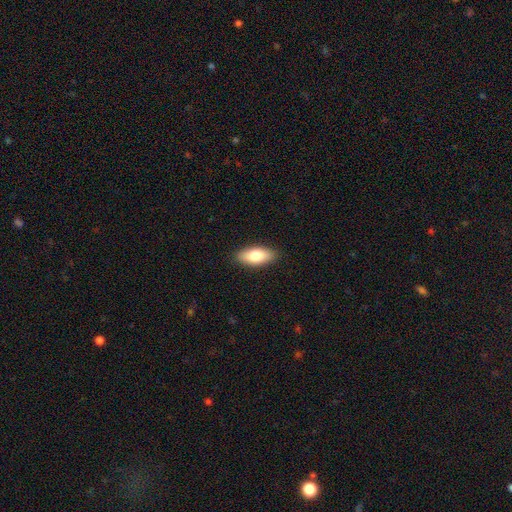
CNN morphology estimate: Smooth or featured?
  - smooth: 80% *
  - featured or disk: 14%
  - star or artifact: 6%
How rounded?
  - in between: 85% *
  - cigar-shaped: 12%
  - round: 3%
Merging?
  - none: 89% *
  - minor disturbance: 8%
  - major disturbance: 2%
  - merger: 1%